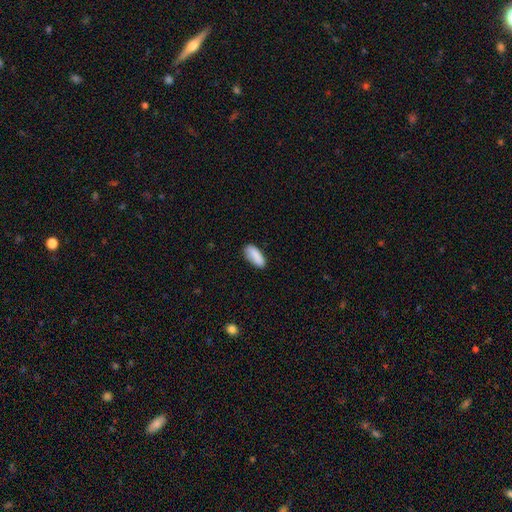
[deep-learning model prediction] This is clearly a smooth galaxy (87%). How rounded: likely in between (74%). Merging: clearly none (81%).